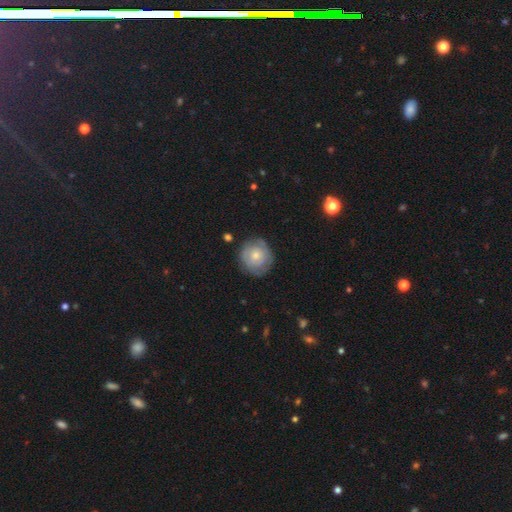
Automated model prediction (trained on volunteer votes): Smooth or featured? smooth (48%)
Merging? none (77%)